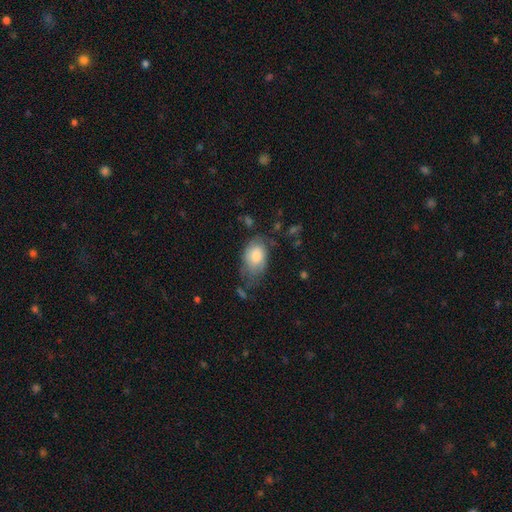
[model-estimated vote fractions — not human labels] Smooth or featured? smooth (75%)
How rounded? in between (85%)
Merging? none (41%)